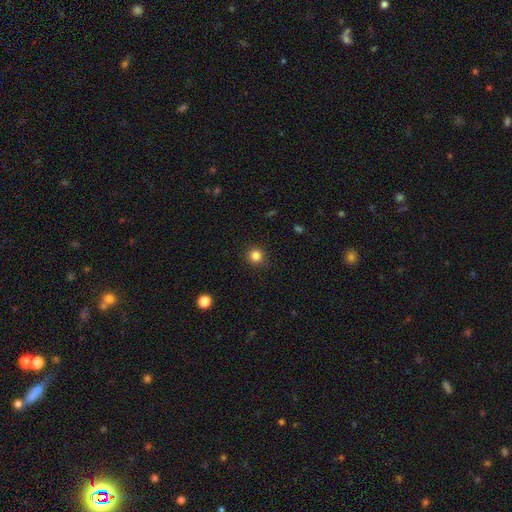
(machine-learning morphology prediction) Smooth or featured? Predicted: smooth (p=0.84). How rounded? Predicted: round (p=0.93). Merging? Predicted: none (p=0.89).